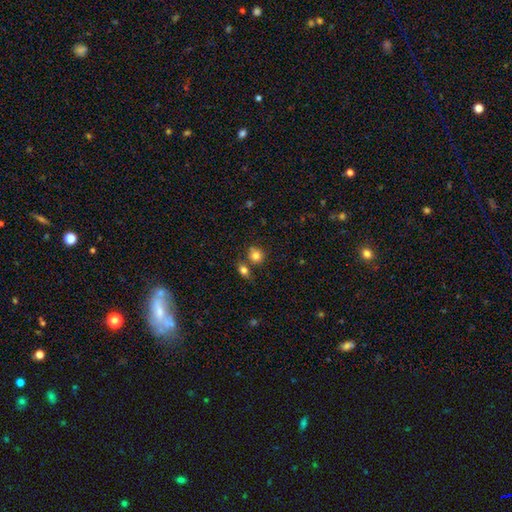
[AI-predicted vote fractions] Overall: smooth (82%). How rounded: round (78%). Merging: none (58%; merger 26%).